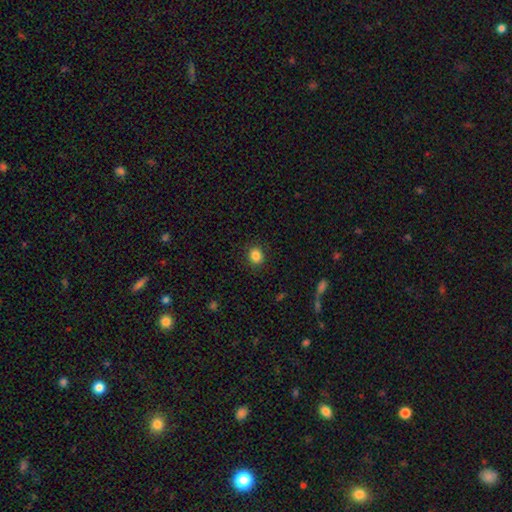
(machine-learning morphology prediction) Smooth or featured? smooth (86%)
How rounded? round (70%)
Merging? none (90%)